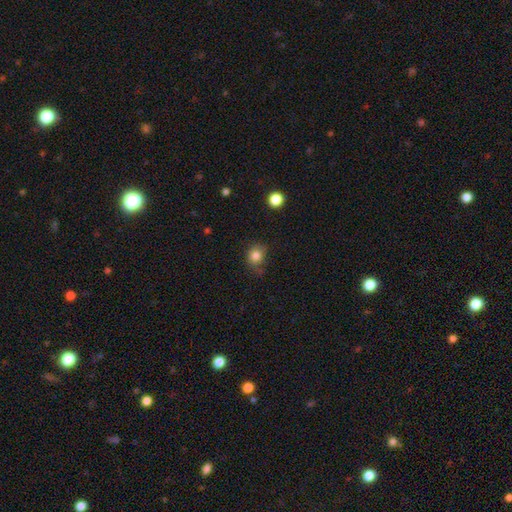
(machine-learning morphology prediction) type=smooth (82%); roundness=round (77%); merging=none (71%).